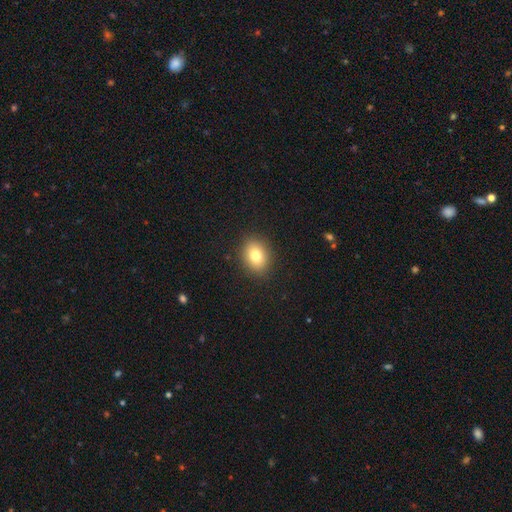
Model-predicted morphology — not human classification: This appears to be a smooth galaxy with no disk features (80%) that is in between round and cigar-shaped (55%). Merging: none (89%).